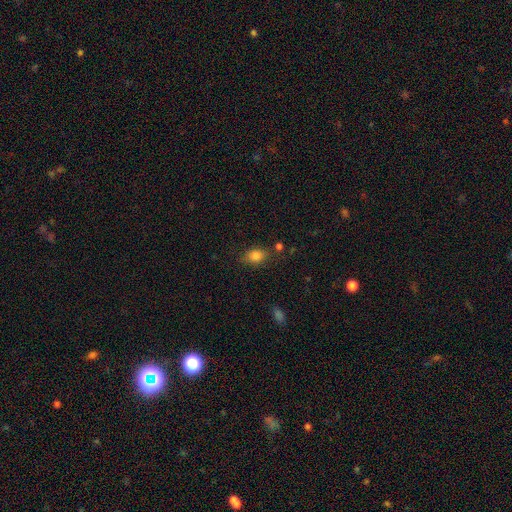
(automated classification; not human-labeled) smooth-or-featured: smooth: 84% | star or artifact: 10% | featured or disk: 6%
  how-rounded: in between: 74% | round: 24% | cigar-shaped: 2%
  merging: none: 73% | minor disturbance: 17% | merger: 5% | major disturbance: 5%